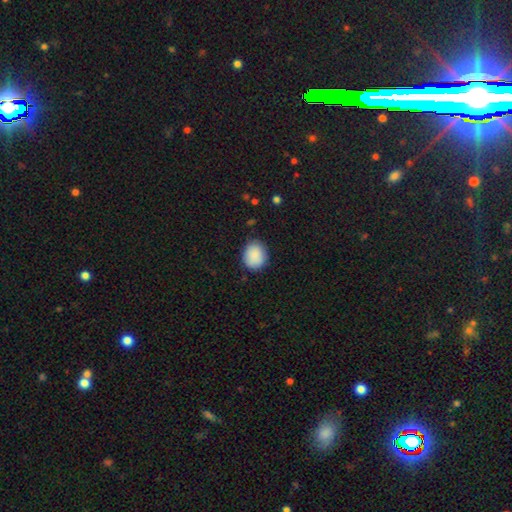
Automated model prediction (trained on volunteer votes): Morphology: type=smooth (89%); roundness=round (58%); merging=none (82%).